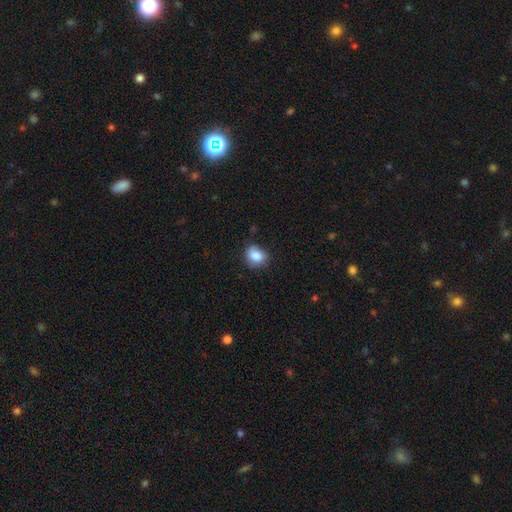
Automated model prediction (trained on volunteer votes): smooth 84%, star or artifact 9%, featured or disk 7%. Down the decision tree: how rounded — round (55%); merging — none (66%).